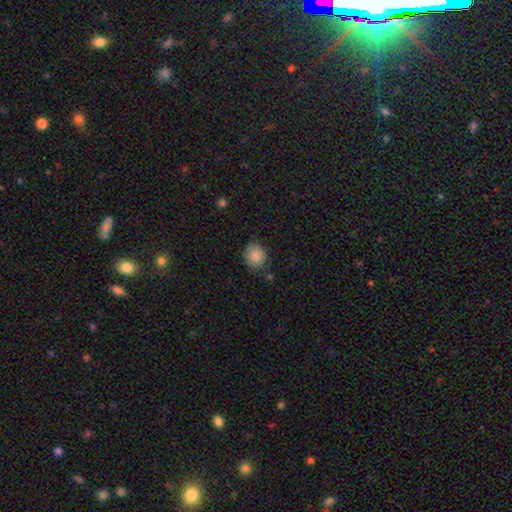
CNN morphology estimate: type=smooth (87%); roundness=round (70%); merging=none (74%).